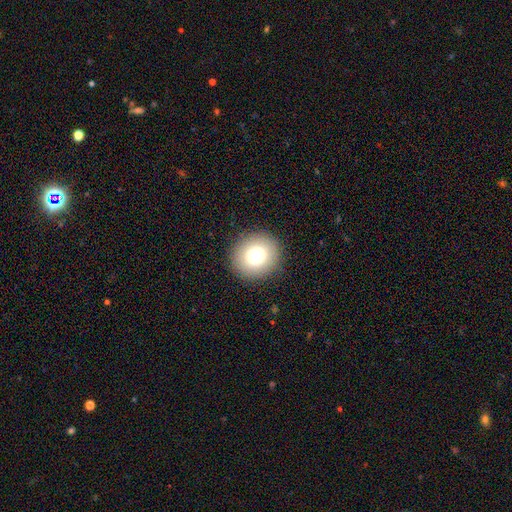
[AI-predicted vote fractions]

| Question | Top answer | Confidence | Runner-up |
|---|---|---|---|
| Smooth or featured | smooth | 78% | star or artifact (11%) |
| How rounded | round | 87% | in between (12%) |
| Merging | none | 91% | minor disturbance (6%) |